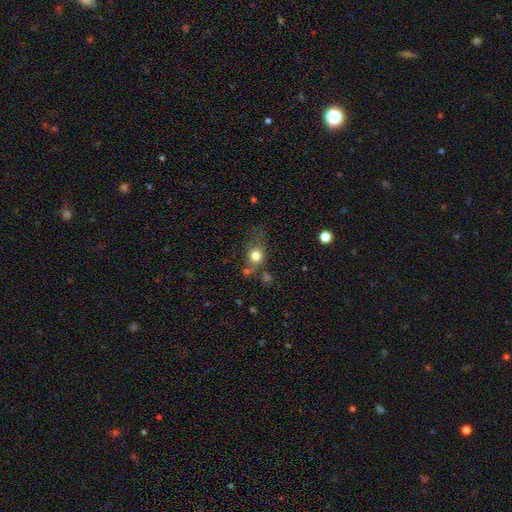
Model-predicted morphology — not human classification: A smooth galaxy with no disk features (77%) that is round (70%). Merging: none (43%).